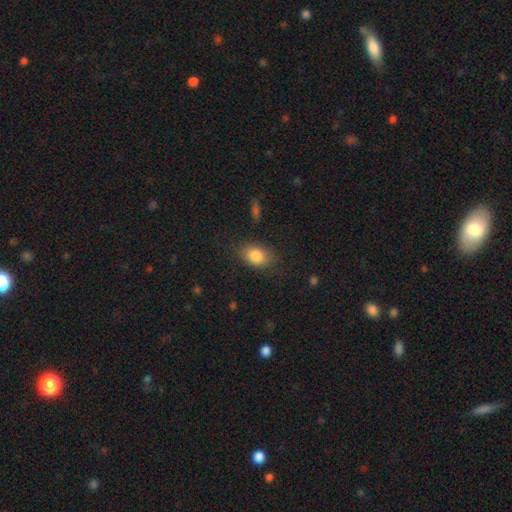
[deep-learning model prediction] Smooth or featured? smooth (84%)
How rounded? in between (76%)
Merging? none (76%)